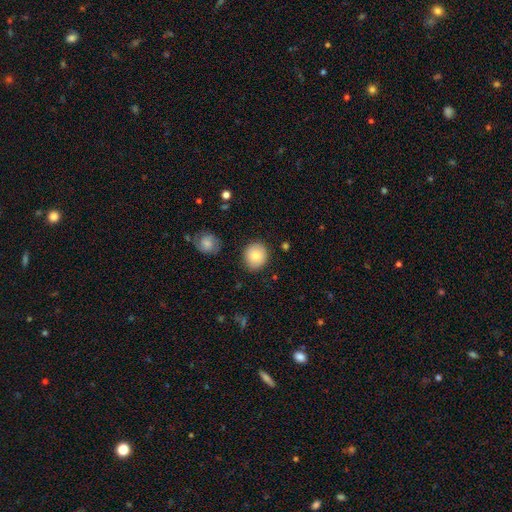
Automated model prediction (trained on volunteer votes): The model was most divided on "how rounded": round: 82%, in between: 17%, cigar-shaped: 1%. More confident: merging — none (85%); smooth or featured — smooth (84%).